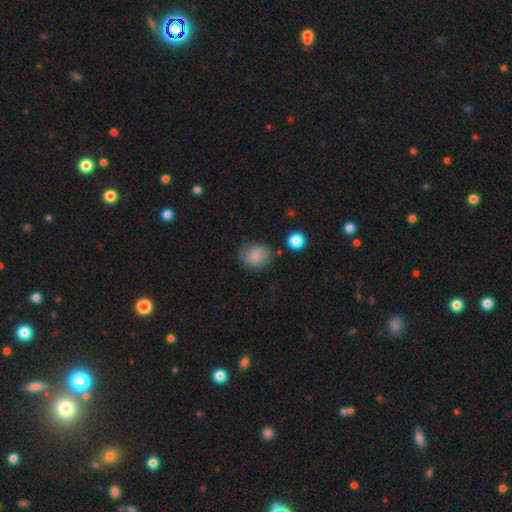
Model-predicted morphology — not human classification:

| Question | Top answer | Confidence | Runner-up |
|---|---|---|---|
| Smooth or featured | smooth | 70% | featured or disk (20%) |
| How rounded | round | 60% | in between (39%) |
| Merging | none | 69% | minor disturbance (21%) |